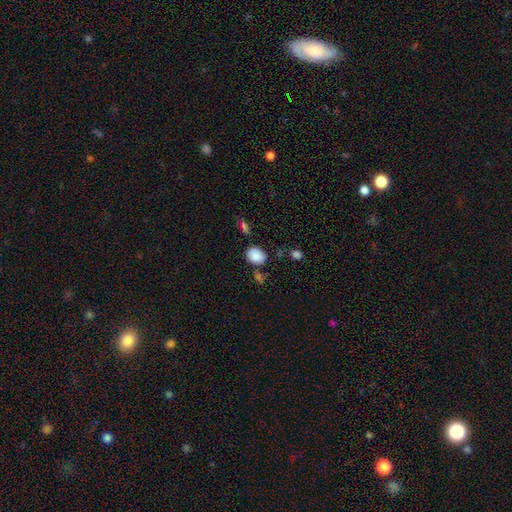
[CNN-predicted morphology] smooth 86%, star or artifact 8%, featured or disk 6%. Down the decision tree: how rounded — in between (61%); merging — none (71%).